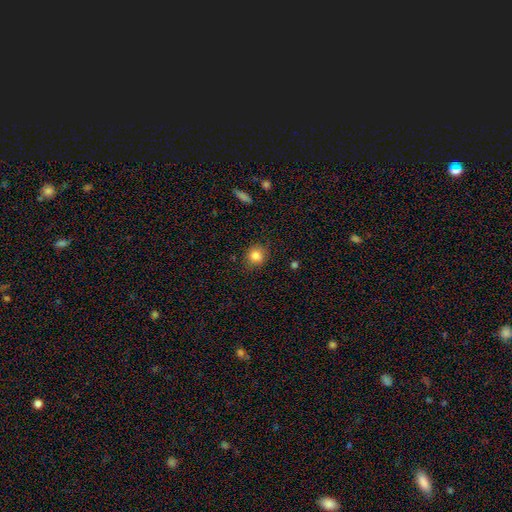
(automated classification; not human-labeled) Morphology: type=smooth (83%); roundness=round (87%); merging=none (85%).